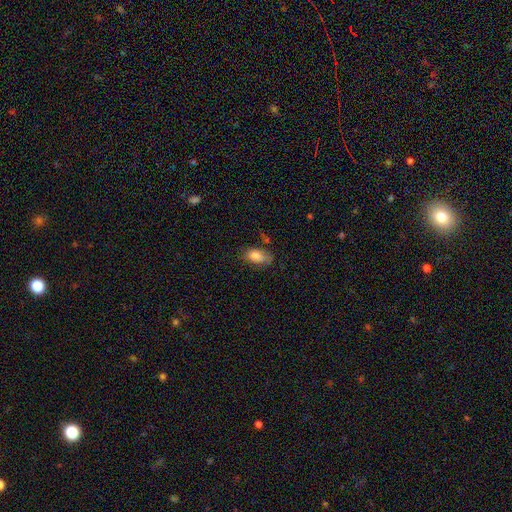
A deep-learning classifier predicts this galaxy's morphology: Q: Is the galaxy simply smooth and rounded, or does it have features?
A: smooth — 83%.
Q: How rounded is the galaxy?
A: in between — 90%.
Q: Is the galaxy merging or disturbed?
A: none — 65%.